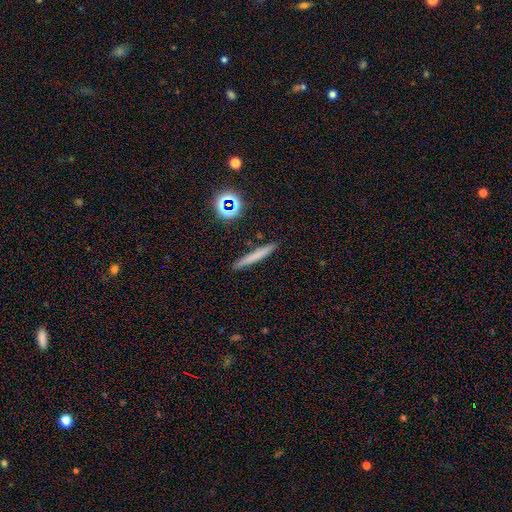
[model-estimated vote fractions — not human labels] Smooth or featured: smooth — 66% (featured or disk — 23%)
How rounded: cigar-shaped — 95% (in between — 3%)
Merging: none — 89% (minor disturbance — 7%)